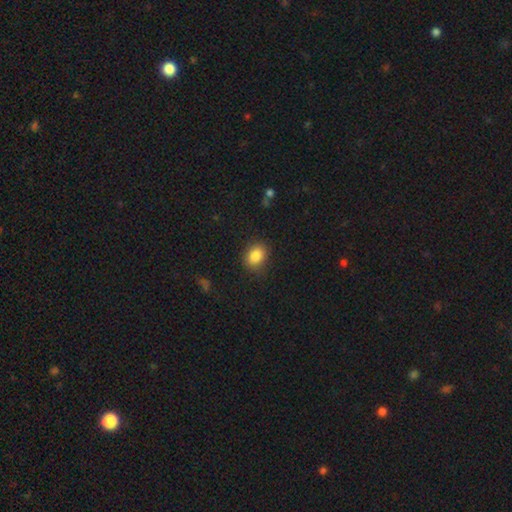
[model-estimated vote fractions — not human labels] Smooth or featured? Predicted: smooth (p=0.85). How rounded? Predicted: in between (p=0.62). Merging? Predicted: none (p=0.82).